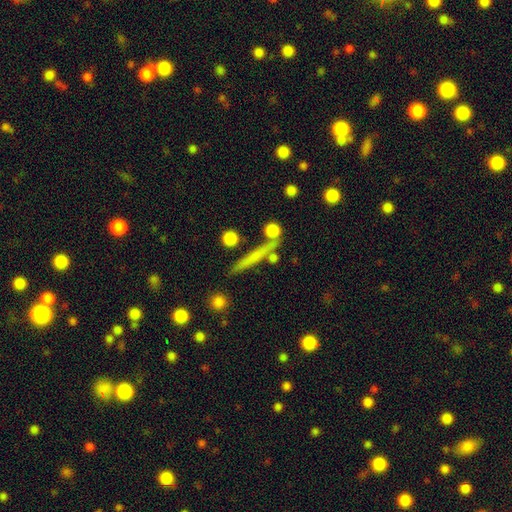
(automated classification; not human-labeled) A smooth galaxy with no disk features (51%) that is cigar-shaped (90%). Merging: none (79%).